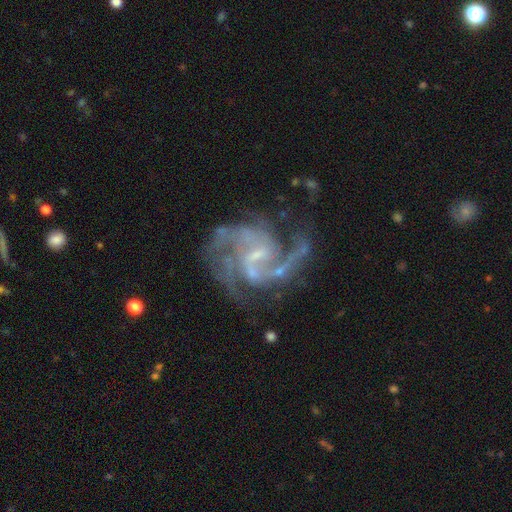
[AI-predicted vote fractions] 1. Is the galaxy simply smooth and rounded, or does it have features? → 90% featured or disk, 6% star or artifact, 4% smooth.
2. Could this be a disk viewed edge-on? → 98% no, 2% yes.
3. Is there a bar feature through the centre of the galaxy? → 56% weak, 28% no, 16% strong.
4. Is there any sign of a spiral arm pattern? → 97% yes, 3% no.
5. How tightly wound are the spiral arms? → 56% medium, 24% tight, 20% loose.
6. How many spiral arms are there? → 43% 2, 24% 3, 13% can't tell, 7% 4, 6% 1, 6% more than 4.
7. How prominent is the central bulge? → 61% small, 20% none, 17% moderate, 1% large, 1% dominant.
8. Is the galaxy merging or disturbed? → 56% none, 23% major disturbance, 18% minor disturbance, 4% merger.